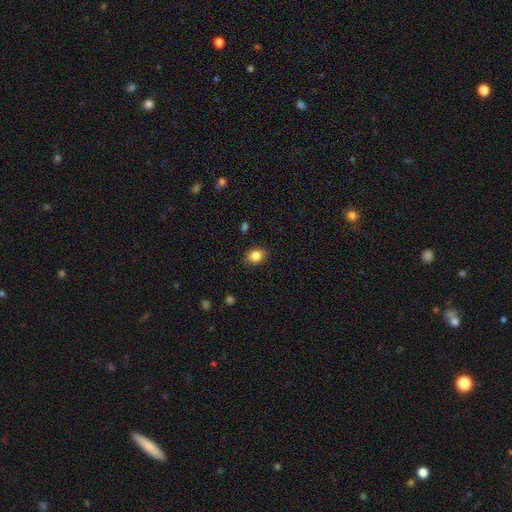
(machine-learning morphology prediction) Smooth or featured: smooth — 84% (star or artifact — 10%)
How rounded: in between — 56% (round — 43%)
Merging: none — 87% (minor disturbance — 9%)